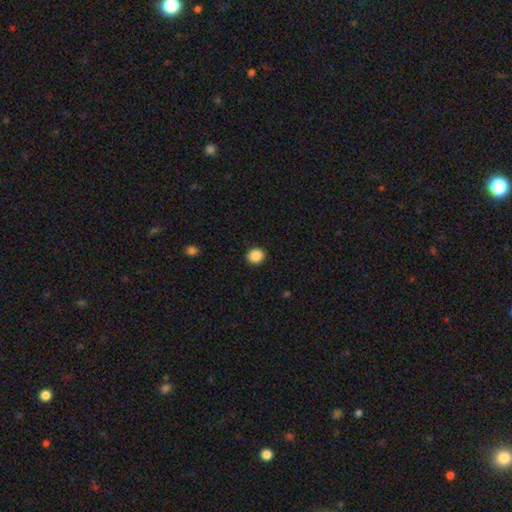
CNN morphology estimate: Smooth or featured?
  - smooth: 89% *
  - star or artifact: 9%
  - featured or disk: 3%
How rounded?
  - round: 81% *
  - in between: 18%
  - cigar-shaped: 1%
Merging?
  - none: 92% *
  - minor disturbance: 6%
  - major disturbance: 2%
  - merger: 1%